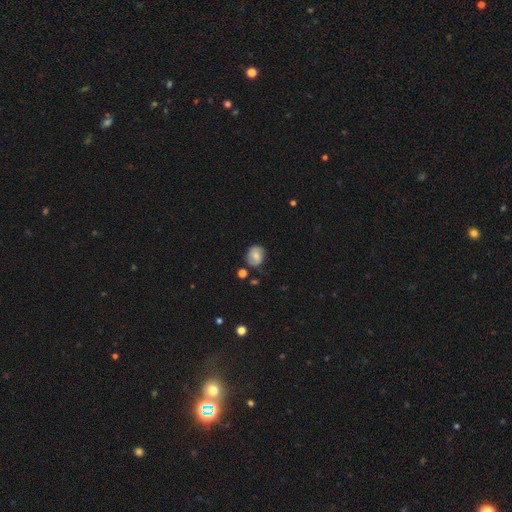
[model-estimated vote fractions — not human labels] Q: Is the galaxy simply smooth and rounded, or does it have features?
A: smooth — 62%.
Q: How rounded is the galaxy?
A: round — 60%.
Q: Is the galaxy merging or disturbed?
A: none — 63%.